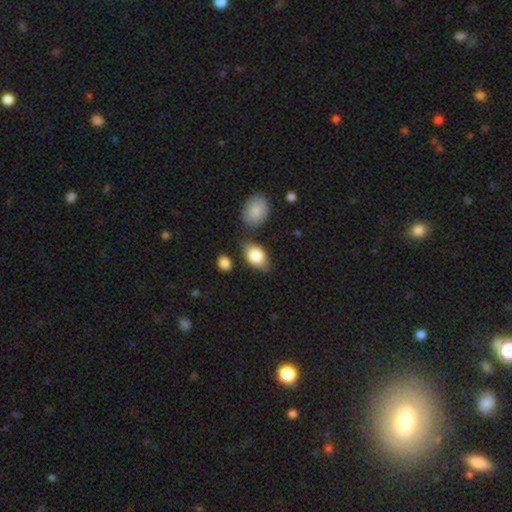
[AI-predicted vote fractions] This appears to be a smooth galaxy with no disk features (82%) that is in between round and cigar-shaped (88%). Merging: none (72%).